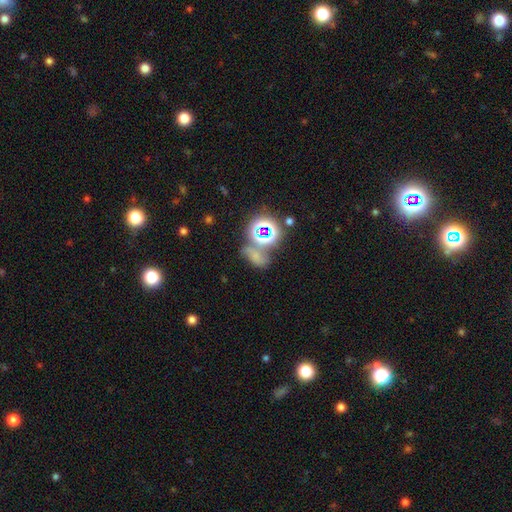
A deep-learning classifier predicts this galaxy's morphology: Overall: smooth (46%; star or artifact 40%). Merging: none (42%; merger 29%).